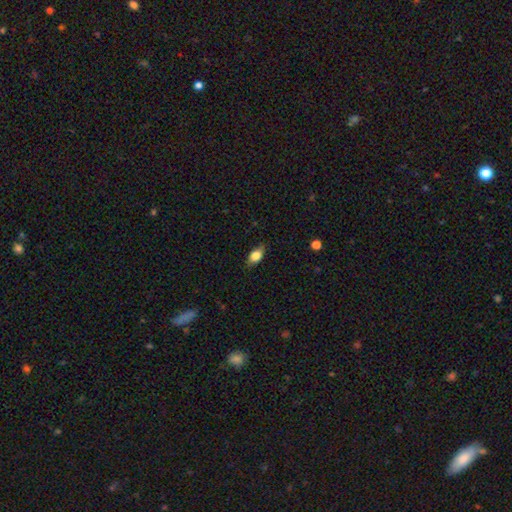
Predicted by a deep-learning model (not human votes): Smooth or featured? Predicted: smooth (p=0.76). How rounded? Predicted: in between (p=0.83). Merging? Predicted: none (p=0.81).